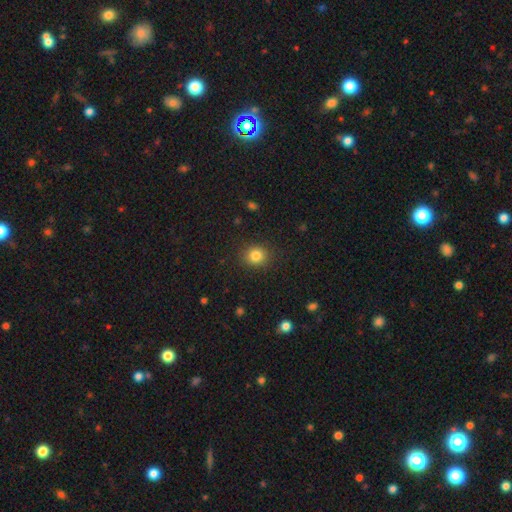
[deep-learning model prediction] Smooth or featured? smooth (83%)
How rounded? round (84%)
Merging? none (88%)